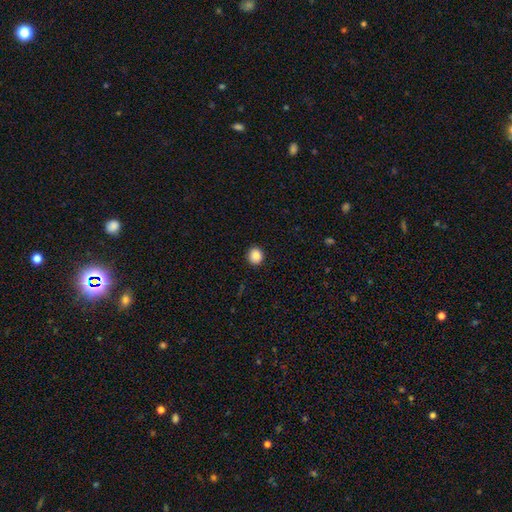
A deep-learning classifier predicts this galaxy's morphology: This is clearly a smooth galaxy (88%). How rounded: clearly round (86%). Merging: clearly none (92%).